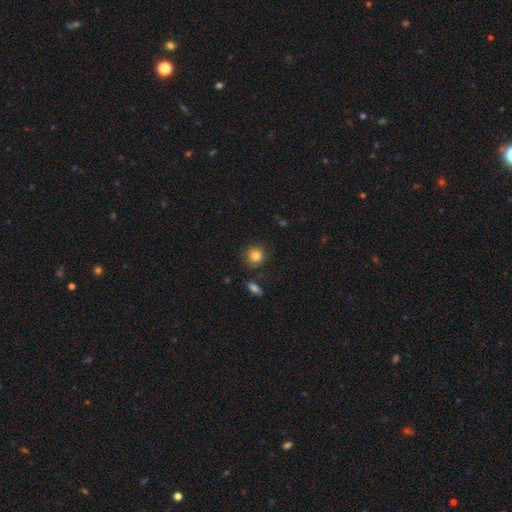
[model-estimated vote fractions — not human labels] Smooth or featured? Predicted: smooth (p=0.83). How rounded? Predicted: round (p=0.88). Merging? Predicted: none (p=0.84).